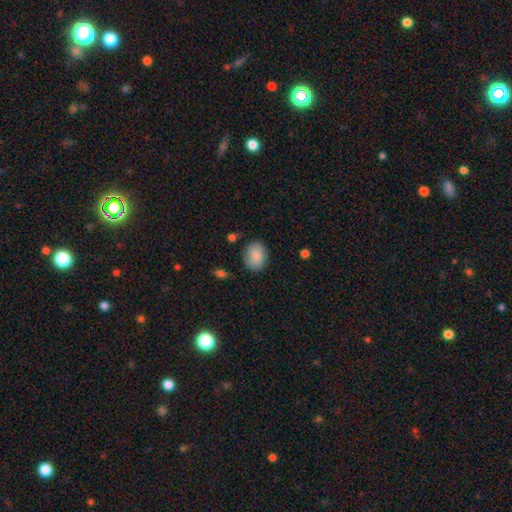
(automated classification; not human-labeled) smooth 86%, featured or disk 7%, star or artifact 7%. Down the decision tree: how rounded — in between (52%); merging — none (79%).